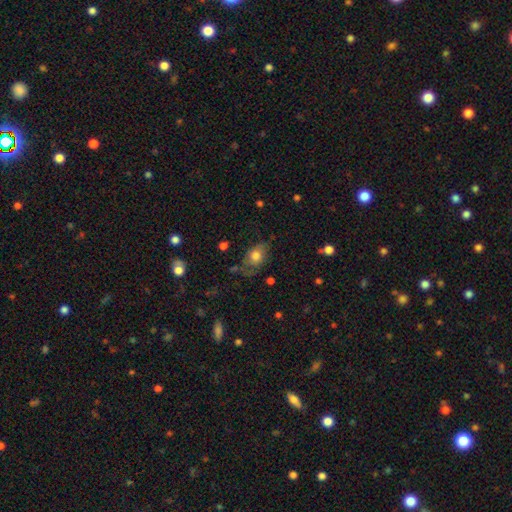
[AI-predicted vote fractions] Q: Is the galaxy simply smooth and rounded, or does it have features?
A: smooth — 69%.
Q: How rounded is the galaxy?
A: in between — 77%.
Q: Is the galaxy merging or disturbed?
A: none — 52%.